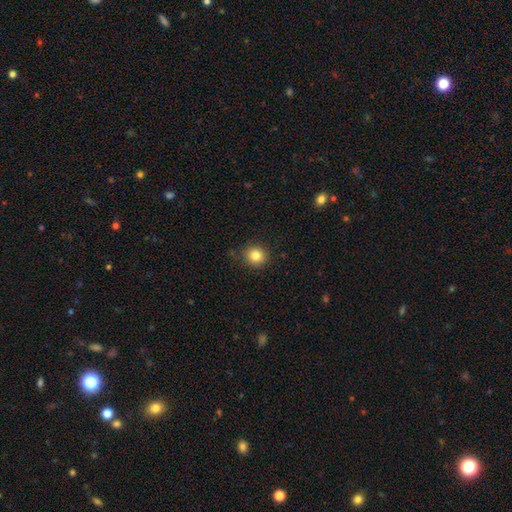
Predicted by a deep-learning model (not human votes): The model was most divided on "smooth or featured": smooth: 83%, star or artifact: 11%, featured or disk: 6%. More confident: how rounded — round (89%); merging — none (86%).